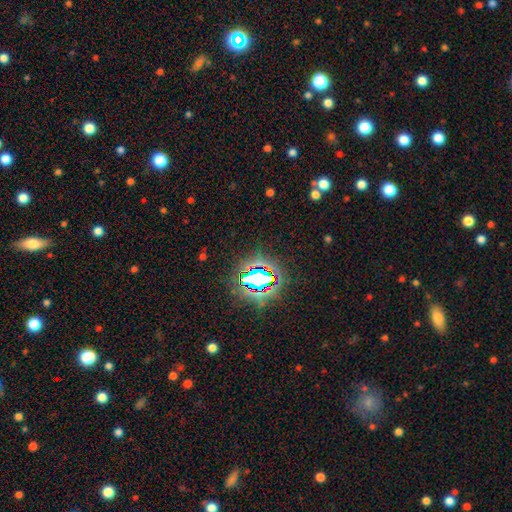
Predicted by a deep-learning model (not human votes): A star or artifact, not a galaxy (83%).